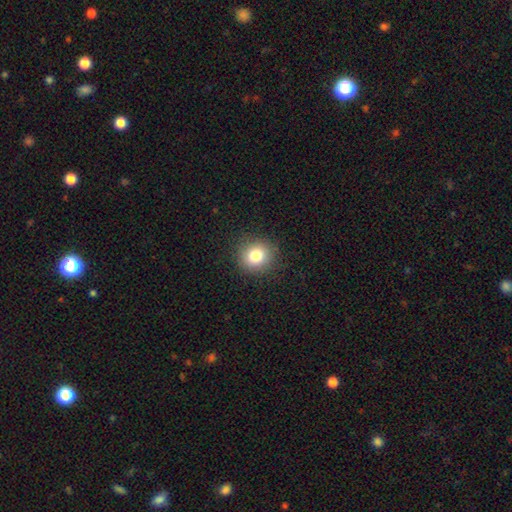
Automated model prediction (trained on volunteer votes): Overall: smooth (81%). How rounded: round (86%). Merging: none (90%).